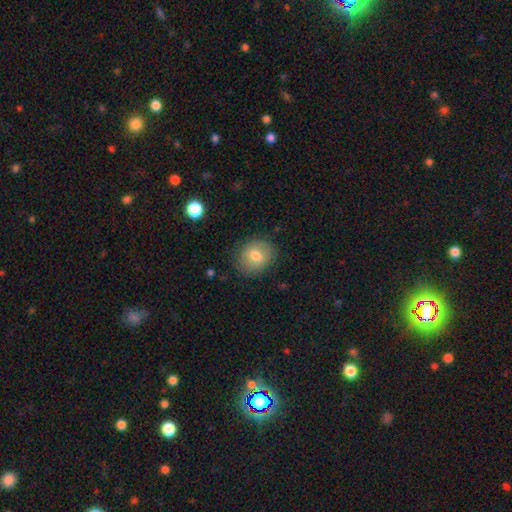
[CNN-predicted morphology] A smooth galaxy with no disk features (73%) that is round (66%). Merging: none (81%).